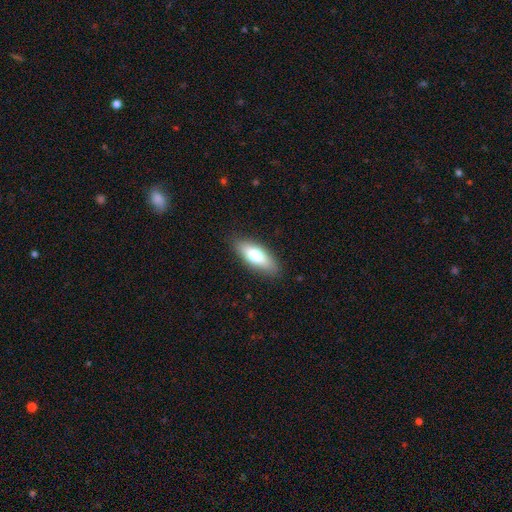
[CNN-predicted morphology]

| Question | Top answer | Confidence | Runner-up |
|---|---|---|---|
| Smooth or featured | smooth | 68% | featured or disk (25%) |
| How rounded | in between | 72% | cigar-shaped (25%) |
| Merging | none | 87% | minor disturbance (10%) |